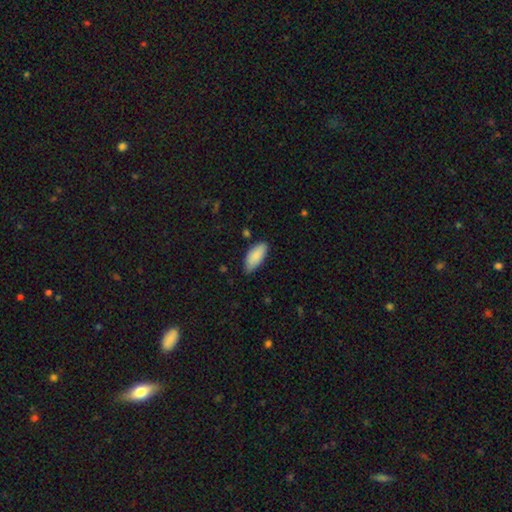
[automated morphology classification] smooth_or_featured: smooth (p=0.87) [alt: featured or disk p=0.07]
how_rounded: in between (p=0.88) [alt: cigar-shaped p=0.10]
merging: none (p=0.75) [alt: minor disturbance p=0.21]